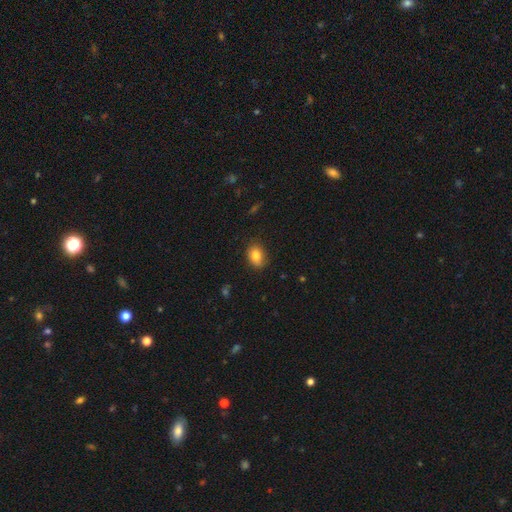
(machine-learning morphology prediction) smooth-or-featured: smooth: 83% | star or artifact: 9% | featured or disk: 8%
  how-rounded: in between: 71% | round: 27% | cigar-shaped: 1%
  merging: none: 80% | minor disturbance: 16% | major disturbance: 3% | merger: 1%